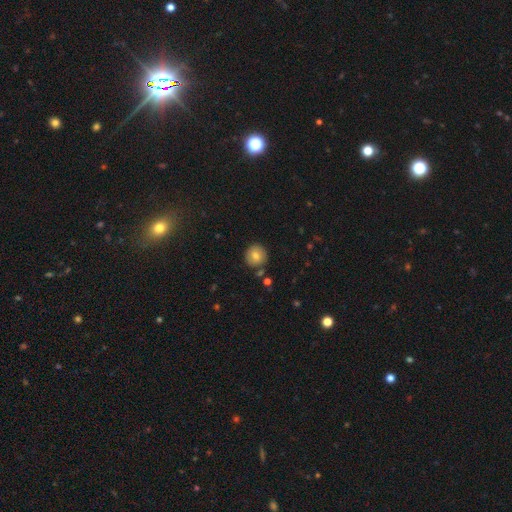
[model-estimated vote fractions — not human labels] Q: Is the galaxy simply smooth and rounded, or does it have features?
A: smooth — 76%.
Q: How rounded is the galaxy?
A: round — 94%.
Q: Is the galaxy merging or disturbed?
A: none — 86%.